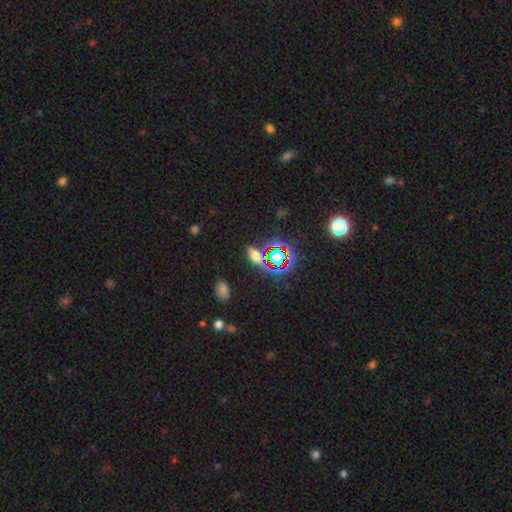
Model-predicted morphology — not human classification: This is possibly a smooth galaxy (46%). Merging: likely none (78%).